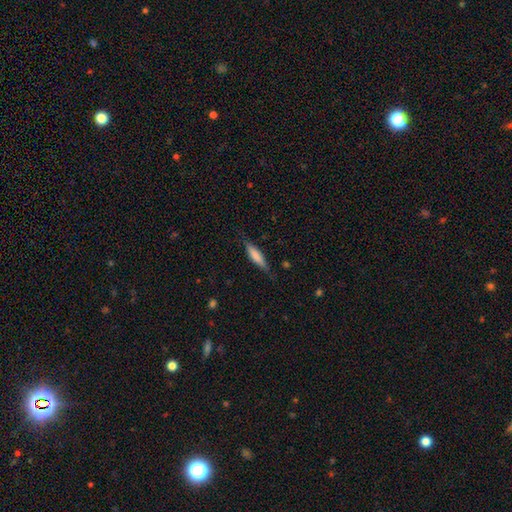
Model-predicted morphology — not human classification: type=smooth (69%); roundness=cigar-shaped (78%); merging=none (77%).